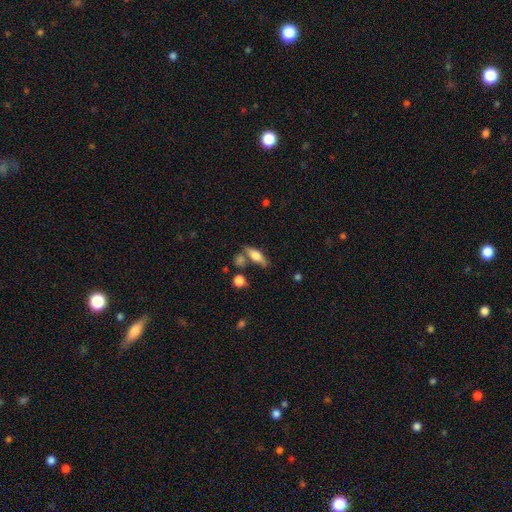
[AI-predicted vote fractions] Smooth or featured? smooth (58%)
How rounded? in between (59%)
Merging? none (66%)